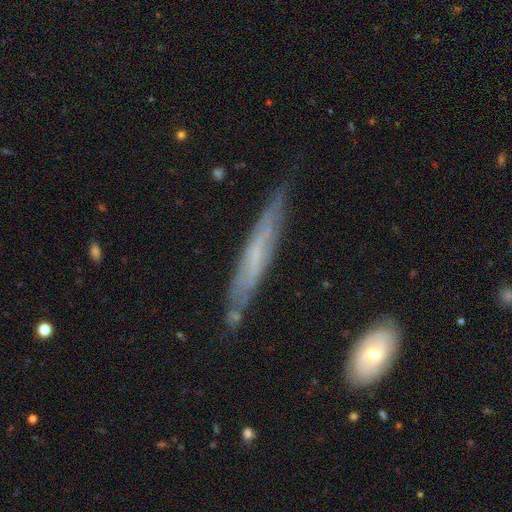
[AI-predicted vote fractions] A featured or disk galaxy (59%) viewed edge-on (79%). Merging: none (75%).